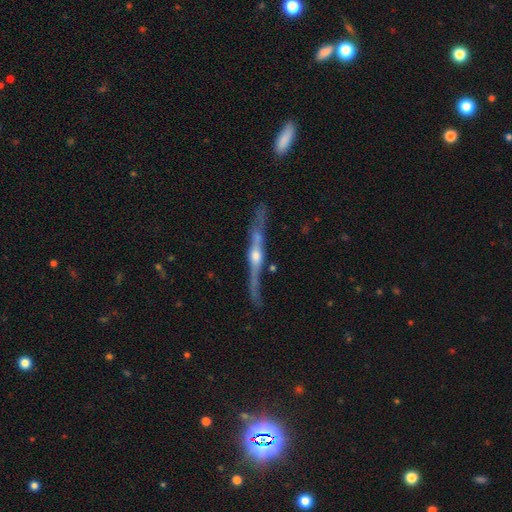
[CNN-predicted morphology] smooth-or-featured: featured or disk: 80% | smooth: 10% | star or artifact: 9%
  disk-edge-on: yes: 93% | no: 7%
    edge-on-bulge: rounded: 87% | none: 8% | boxy: 5%
  merging: none: 73% | minor disturbance: 17% | major disturbance: 6% | merger: 4%